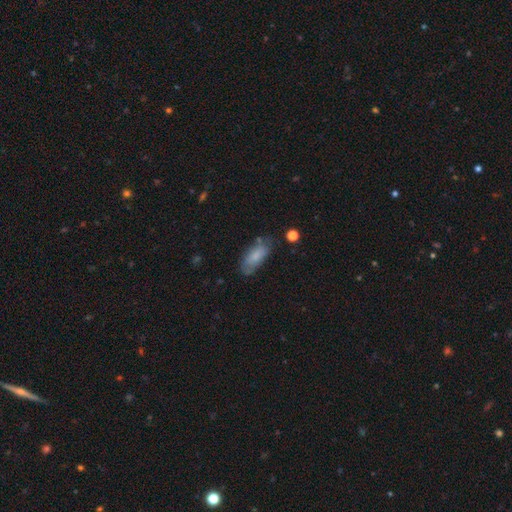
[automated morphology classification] A smooth galaxy with no disk features (74%) that is in between round and cigar-shaped (80%).

Vote fractions:
- Smooth or featured? smooth: 74% / featured or disk: 19% / star or artifact: 7%
- How rounded? in between: 80% / cigar-shaped: 17% / round: 2%
- Merging? none: 63% / minor disturbance: 26% / major disturbance: 8% / merger: 4%